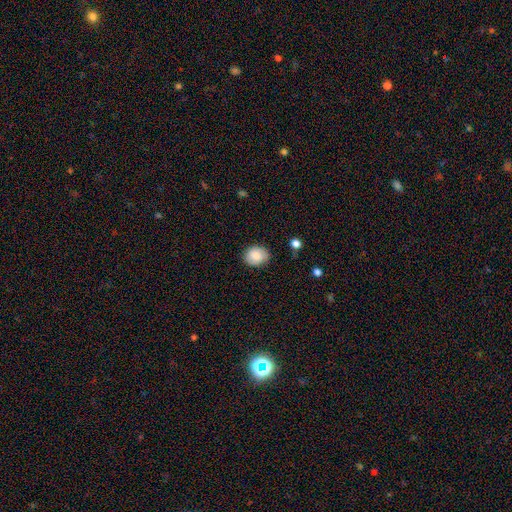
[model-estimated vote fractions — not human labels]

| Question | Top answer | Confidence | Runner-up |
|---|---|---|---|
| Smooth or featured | smooth | 84% | featured or disk (8%) |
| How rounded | round | 52% | in between (47%) |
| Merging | none | 82% | minor disturbance (14%) |